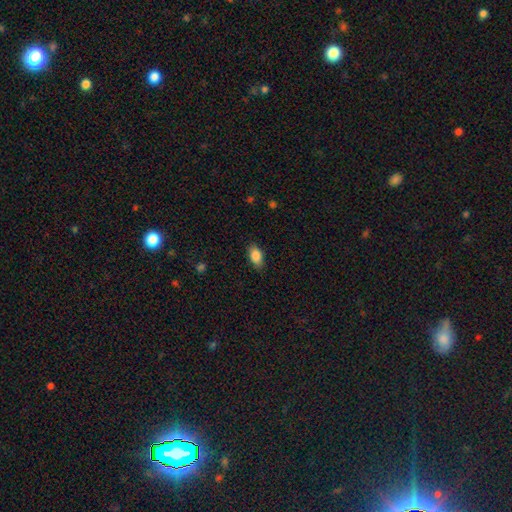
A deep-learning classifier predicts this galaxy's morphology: A smooth galaxy with no disk features (86%) that is in between round and cigar-shaped (90%). Merging: none (85%).